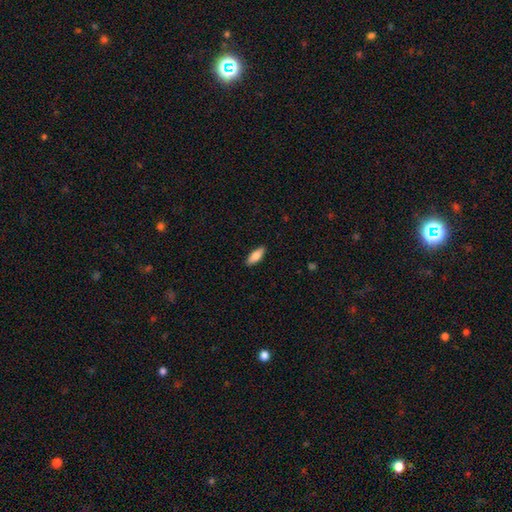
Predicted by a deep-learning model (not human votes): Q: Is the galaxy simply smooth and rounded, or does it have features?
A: smooth — 81%.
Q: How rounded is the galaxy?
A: in between — 67%.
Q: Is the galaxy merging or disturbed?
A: none — 90%.